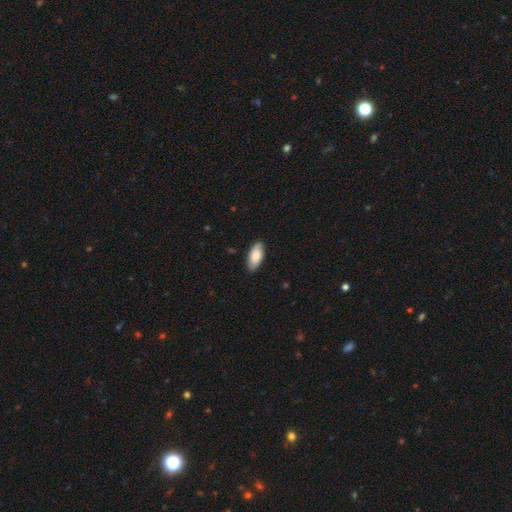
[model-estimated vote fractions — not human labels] This is clearly a smooth galaxy (83%). How rounded: clearly in between (87%). Merging: clearly none (87%).